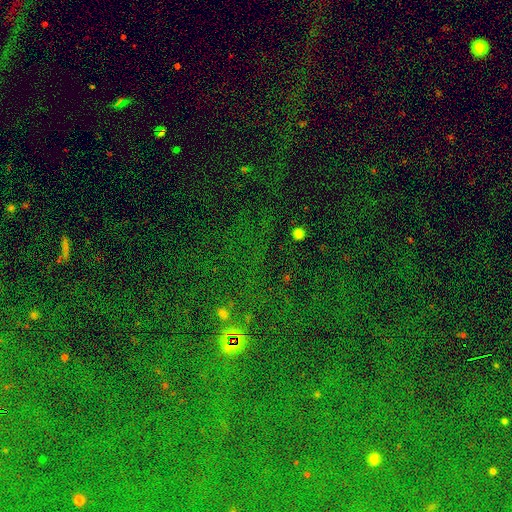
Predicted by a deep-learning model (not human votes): smooth-or-featured: star or artifact: 80% | smooth: 11% | featured or disk: 9%